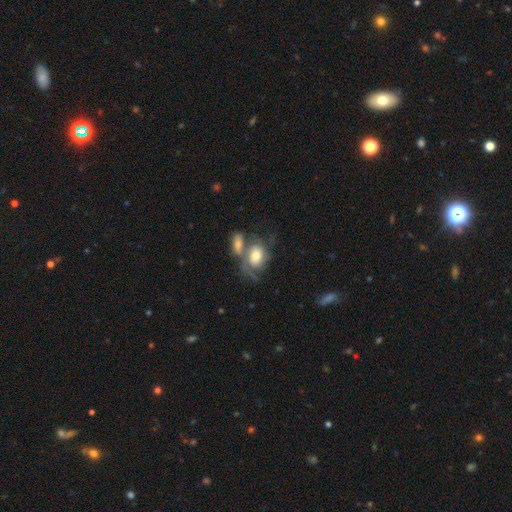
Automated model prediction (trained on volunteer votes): smooth_or_featured: featured or disk (p=0.54) [alt: smooth p=0.39]
disk_edge_on: no (p=0.95) [alt: yes p=0.05]
bar: no (p=0.73) [alt: weak p=0.22]
has_spiral_arms: yes (p=0.78) [alt: no p=0.22]
bulge_size: moderate (p=0.43) [alt: large p=0.38]
merging: merger (p=0.43) [alt: none p=0.26]